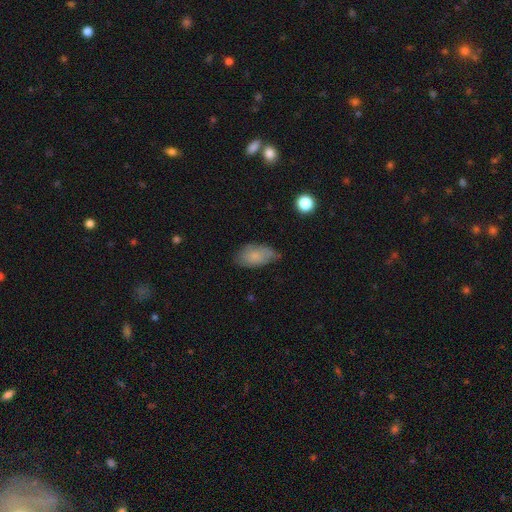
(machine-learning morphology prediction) Q: Smooth or featured?
A: smooth (79%); runner-up: featured or disk (14%)
Q: How rounded?
A: in between (92%); runner-up: round (5%)
Q: Merging?
A: none (55%); runner-up: minor disturbance (35%)